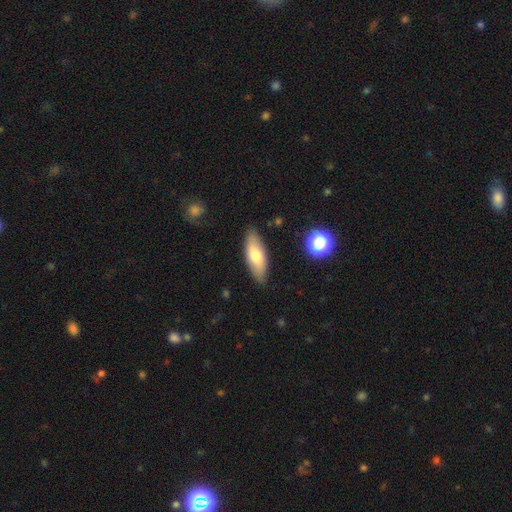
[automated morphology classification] type=smooth (68%); roundness=in between (69%); merging=none (86%).